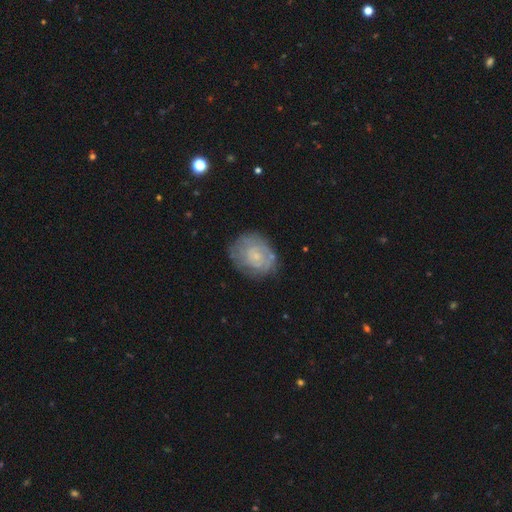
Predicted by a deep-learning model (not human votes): Smooth or featured?
  - featured or disk: 65% *
  - smooth: 27%
  - star or artifact: 7%
Edge-on disk?
  - no: 98% *
  - yes: 2%
Bar?
  - no: 76% *
  - weak: 21%
  - strong: 3%
Spiral arms?
  - yes: 77% *
  - no: 23%
Bulge size?
  - small: 68% *
  - moderate: 17%
  - none: 13%
  - large: 2%
  - dominant: 1%
Merging?
  - none: 73% *
  - minor disturbance: 18%
  - major disturbance: 7%
  - merger: 2%